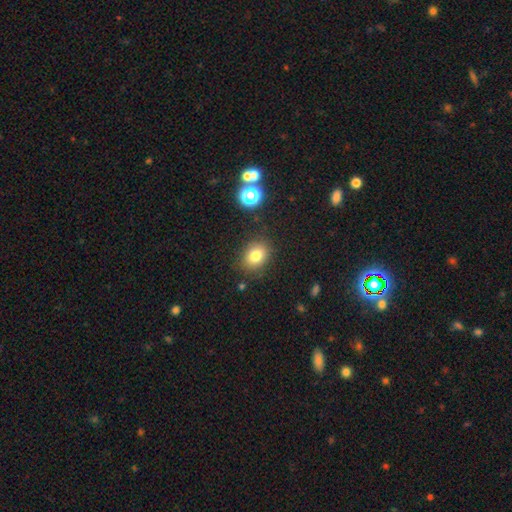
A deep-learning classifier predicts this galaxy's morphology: A smooth galaxy with no disk features (80%) that is in between round and cigar-shaped (59%). Merging: none (83%).